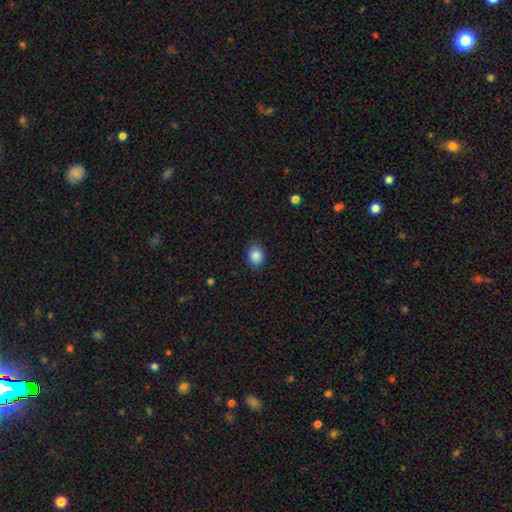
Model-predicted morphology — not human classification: smooth-or-featured: smooth: 87% | star or artifact: 9% | featured or disk: 4%
  how-rounded: round: 58% | in between: 41% | cigar-shaped: 1%
  merging: none: 87% | minor disturbance: 10% | major disturbance: 2% | merger: 1%